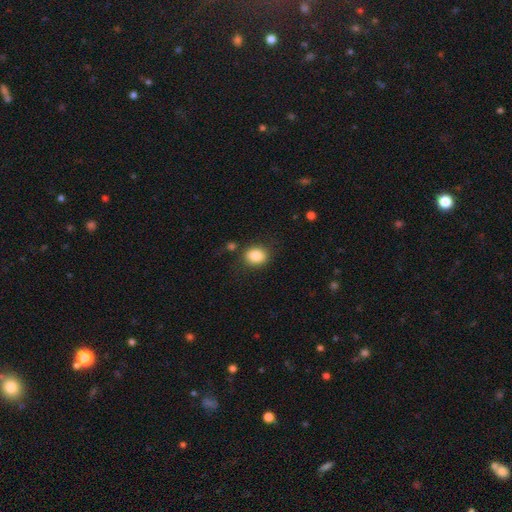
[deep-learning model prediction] smooth 84%, star or artifact 9%, featured or disk 7%. Down the decision tree: how rounded — round (61%); merging — none (80%).